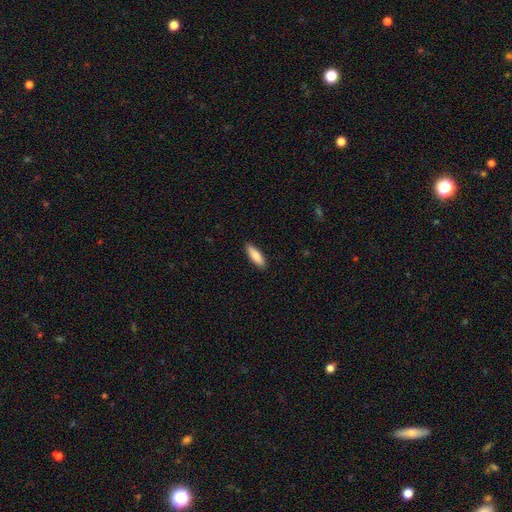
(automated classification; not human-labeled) A smooth galaxy with no disk features (85%) that is in between round and cigar-shaped (56%).

Vote fractions:
- Smooth or featured? smooth: 85% / featured or disk: 10% / star or artifact: 6%
- How rounded? in between: 56% / cigar-shaped: 43% / round: 2%
- Merging? none: 90% / minor disturbance: 8% / major disturbance: 2% / merger: 1%